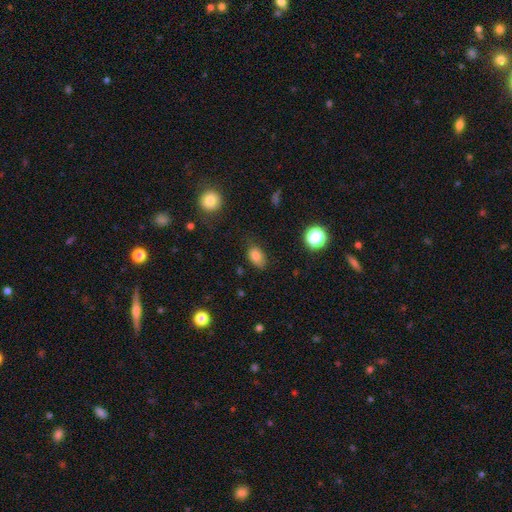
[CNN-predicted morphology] A smooth galaxy with no disk features (81%) that is in between round and cigar-shaped (87%).

Vote fractions:
- Smooth or featured? smooth: 81% / star or artifact: 12% / featured or disk: 8%
- How rounded? in between: 87% / round: 11% / cigar-shaped: 2%
- Merging? none: 72% / minor disturbance: 21% / major disturbance: 6% / merger: 2%